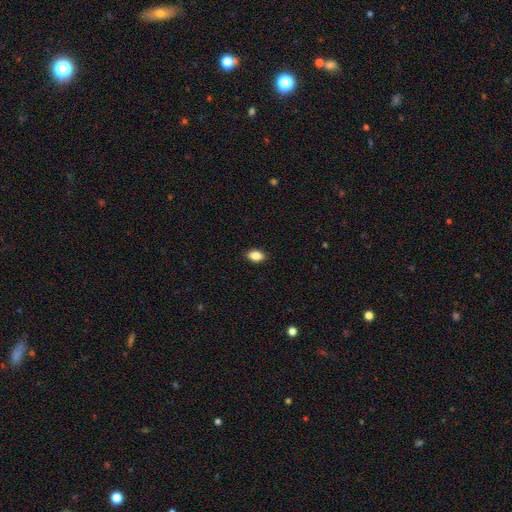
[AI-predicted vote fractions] Smooth or featured? Predicted: smooth (p=0.86). How rounded? Predicted: in between (p=0.86). Merging? Predicted: none (p=0.89).